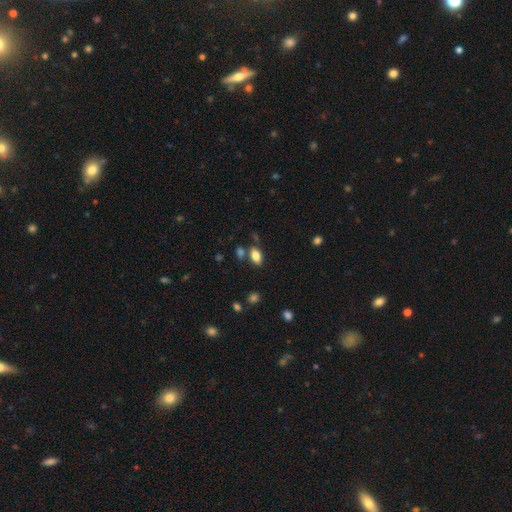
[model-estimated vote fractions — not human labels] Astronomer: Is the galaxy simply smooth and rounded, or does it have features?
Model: smooth — 82%.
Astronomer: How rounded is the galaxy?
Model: in between — 91%.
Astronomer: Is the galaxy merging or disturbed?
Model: none — 71%.